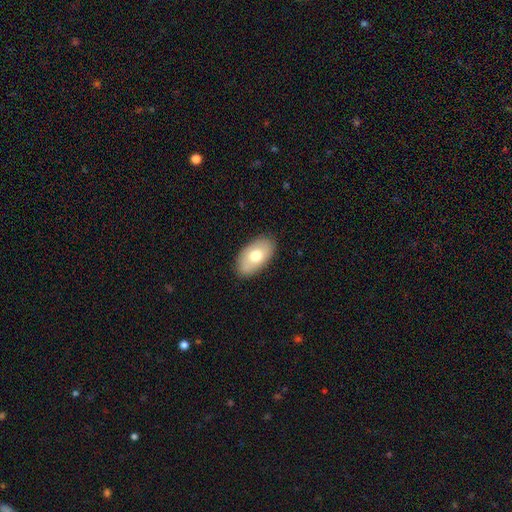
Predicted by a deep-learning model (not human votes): A smooth galaxy with no disk features (71%) that is in between round and cigar-shaped (94%).

Vote fractions:
- Smooth or featured? smooth: 71% / featured or disk: 23% / star or artifact: 6%
- How rounded? in between: 94% / round: 4% / cigar-shaped: 2%
- Merging? none: 85% / minor disturbance: 11% / major disturbance: 3% / merger: 1%